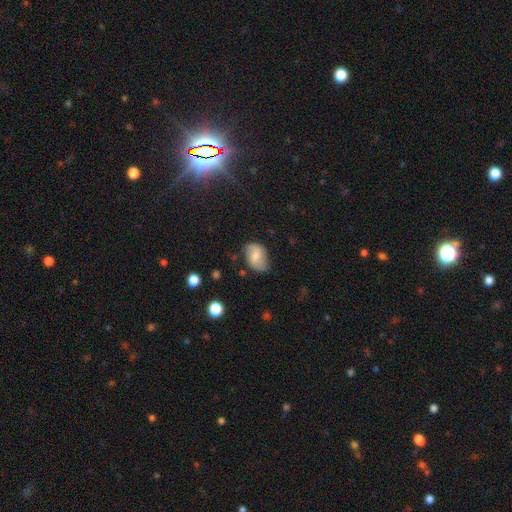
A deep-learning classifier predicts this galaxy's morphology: This is possibly a smooth galaxy (57%). How rounded: clearly in between (83%). Merging: likely none (63%).